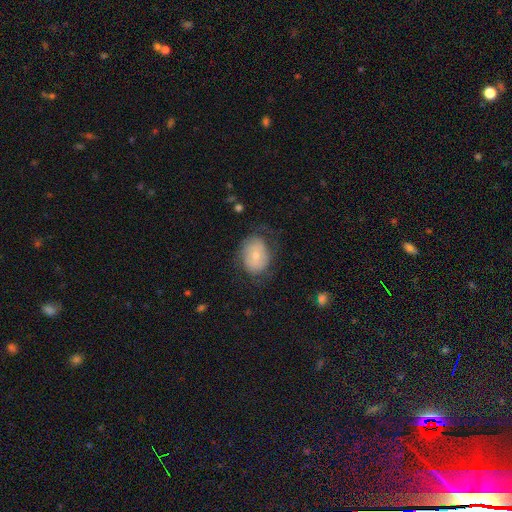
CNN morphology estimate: A smooth galaxy with no disk features (57%) that is in between round and cigar-shaped (61%). Merging: none (61%).